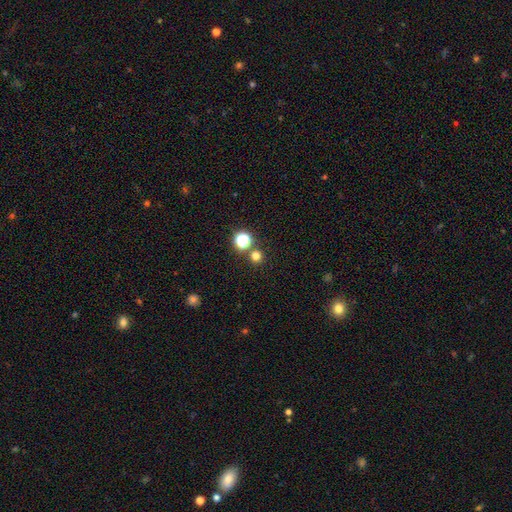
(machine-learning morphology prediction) type=smooth (71%); roundness=round (94%); merging=none (81%).